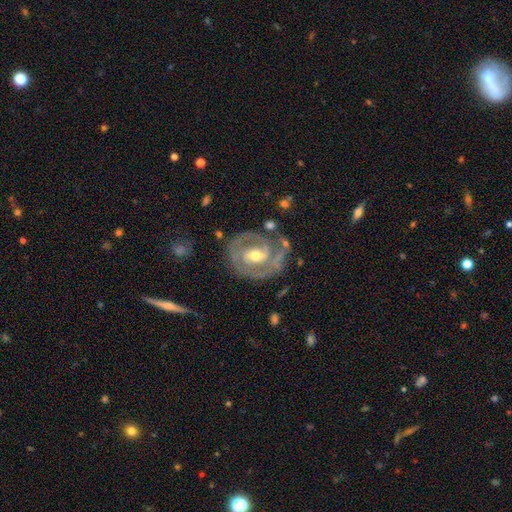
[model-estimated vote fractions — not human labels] smooth_or_featured: featured or disk (p=0.83) [alt: smooth p=0.12]
disk_edge_on: no (p=0.97) [alt: yes p=0.03]
bar: weak (p=0.45) [alt: no p=0.31]
has_spiral_arms: yes (p=0.84) [alt: no p=0.16]
spiral_winding: tight (p=0.58) [alt: medium p=0.32]
spiral_arm_count: 2 (p=0.53) [alt: can't tell p=0.19]
bulge_size: moderate (p=0.66) [alt: small p=0.27]
merging: none (p=0.64) [alt: minor disturbance p=0.20]